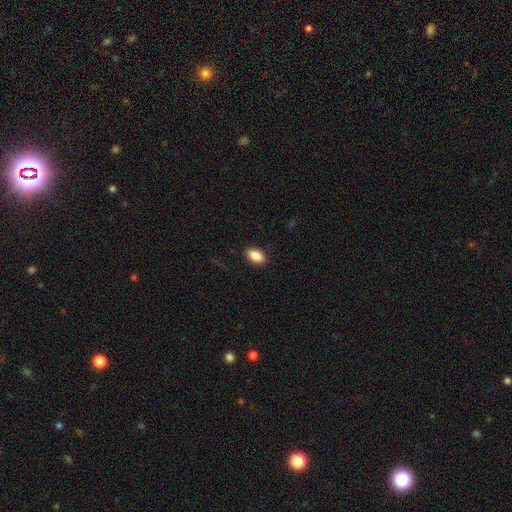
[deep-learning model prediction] Overall: smooth (88%). How rounded: in between (92%). Merging: none (88%).